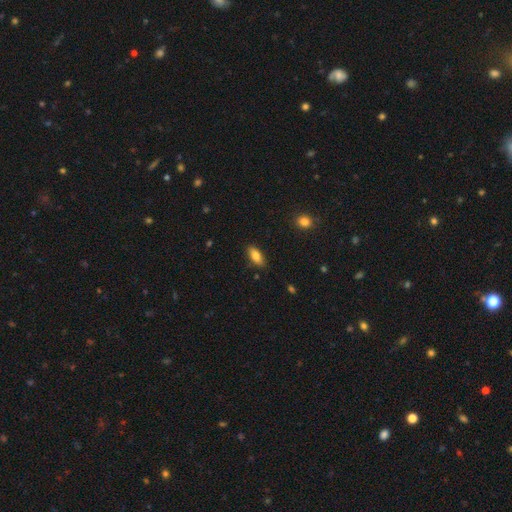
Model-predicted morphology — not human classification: Smooth or featured? Predicted: smooth (p=0.83). How rounded? Predicted: in between (p=0.83). Merging? Predicted: none (p=0.86).